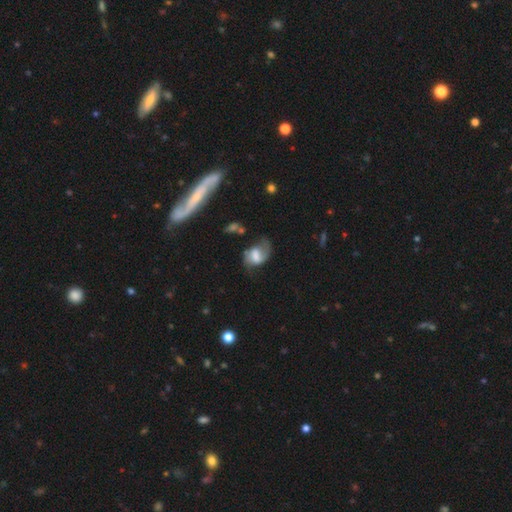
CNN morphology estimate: featured or disk 60%, smooth 32%, star or artifact 9%. Down the decision tree: edge-on disk — no (96%); bar — weak (48%); spiral arms — yes (83%); bulge size — moderate (33%); merging — none (49%).